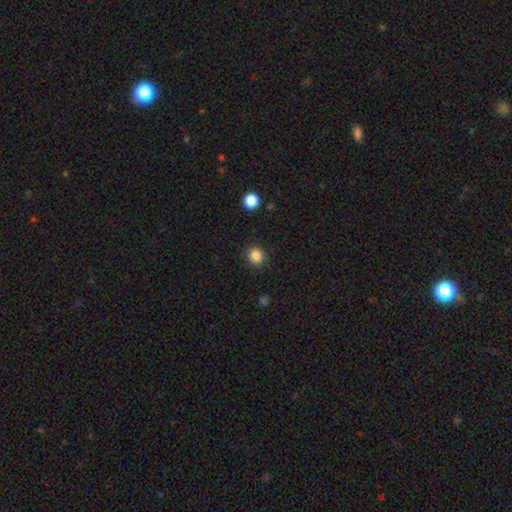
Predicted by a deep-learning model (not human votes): Morphology: type=smooth (85%); roundness=round (89%); merging=none (90%).